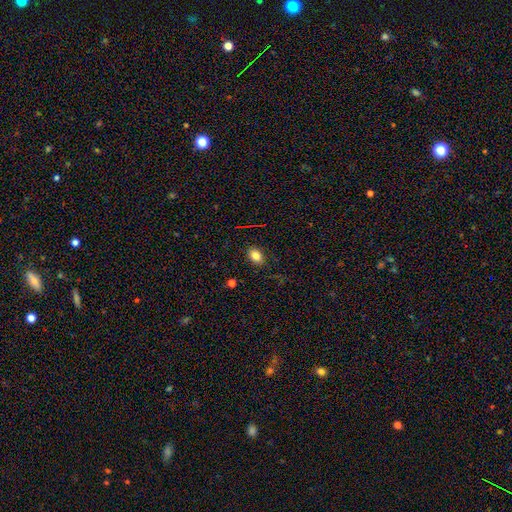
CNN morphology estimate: Q: Smooth or featured?
A: smooth (81%); runner-up: star or artifact (11%)
Q: How rounded?
A: in between (73%); runner-up: round (25%)
Q: Merging?
A: none (85%); runner-up: minor disturbance (11%)